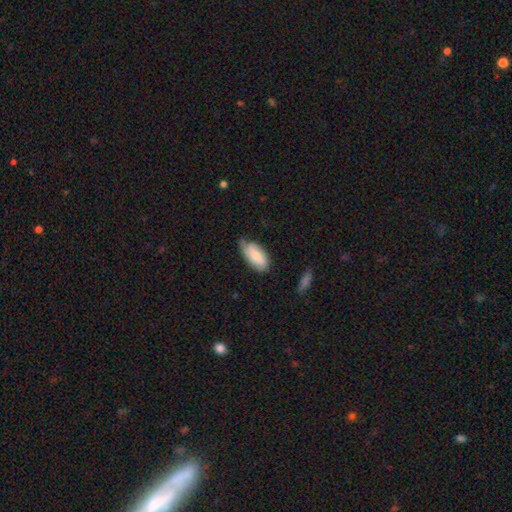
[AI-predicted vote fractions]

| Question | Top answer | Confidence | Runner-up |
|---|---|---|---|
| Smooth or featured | smooth | 71% | featured or disk (23%) |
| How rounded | in between | 91% | cigar-shaped (6%) |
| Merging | none | 53% | minor disturbance (36%) |